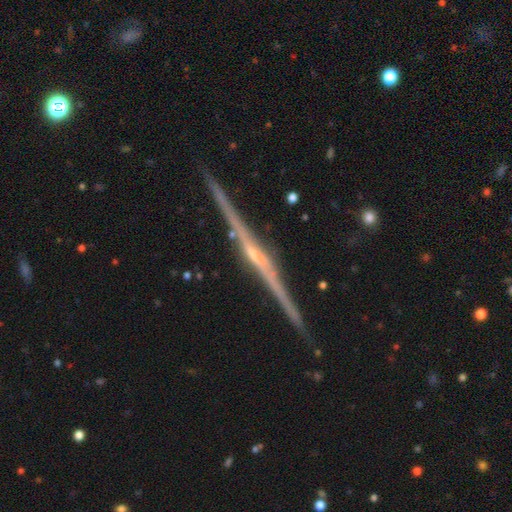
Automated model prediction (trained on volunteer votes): Overall: featured or disk (90%). Edge-on disk: yes (99%). Edge-on bulge: rounded (71%). Merging: none (91%).